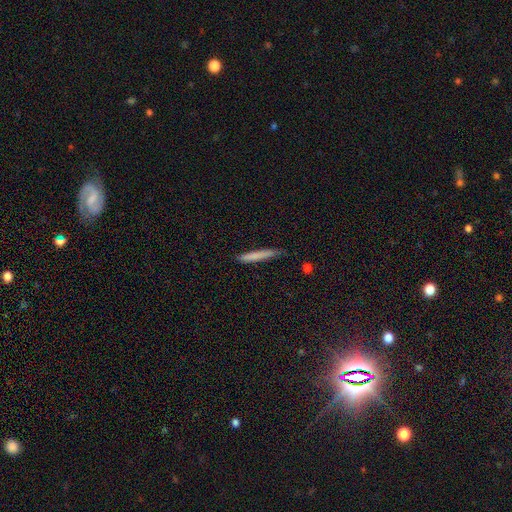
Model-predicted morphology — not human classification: Smooth or featured? smooth (77%)
How rounded? cigar-shaped (95%)
Merging? none (77%)